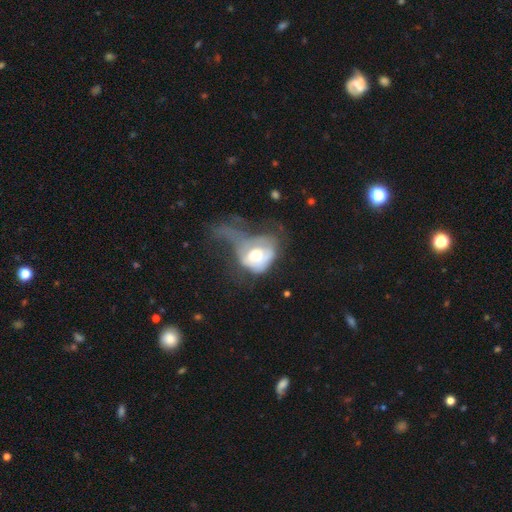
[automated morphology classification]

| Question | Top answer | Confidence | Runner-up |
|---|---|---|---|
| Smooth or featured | featured or disk | 48% | smooth (44%) |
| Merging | major disturbance | 67% | minor disturbance (14%) |